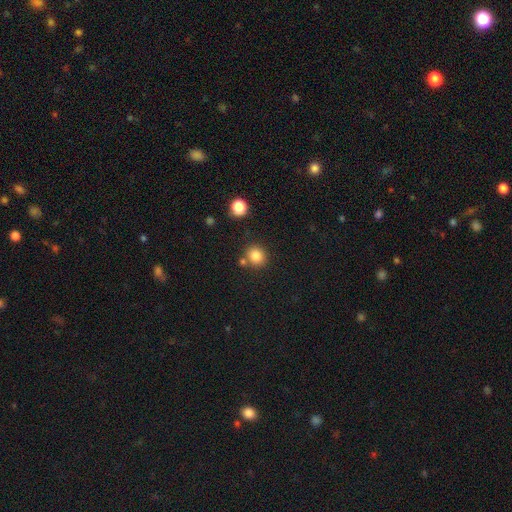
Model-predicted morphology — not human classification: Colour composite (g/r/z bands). It shows a smooth galaxy with no disk features (82%) that is round (84%). Merging: none (76%).